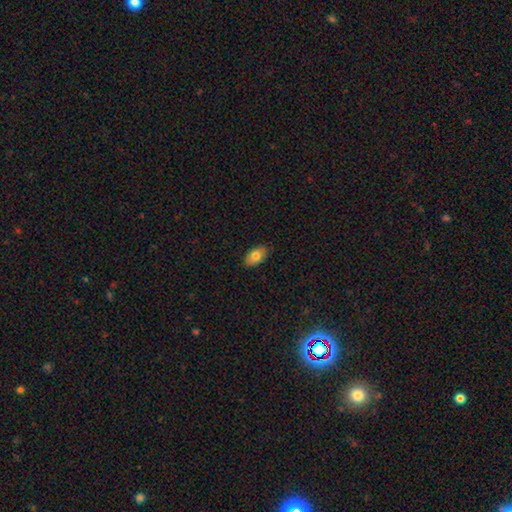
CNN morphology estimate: Smooth or featured? Predicted: smooth (p=0.79). How rounded? Predicted: in between (p=0.92). Merging? Predicted: none (p=0.86).